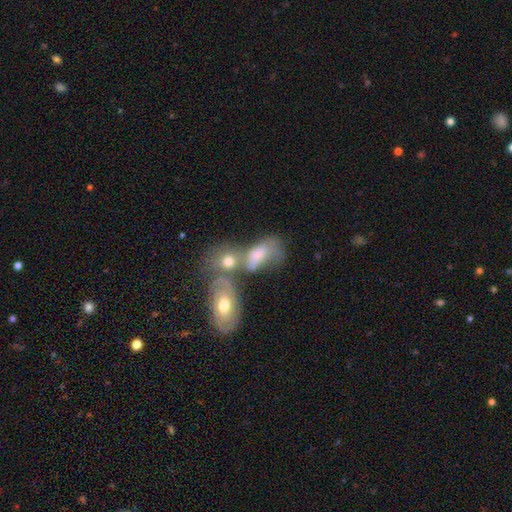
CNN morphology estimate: Smooth or featured?
  - featured or disk: 46% *
  - smooth: 42%
  - star or artifact: 12%
Merging?
  - merger: 52% *
  - none: 25%
  - minor disturbance: 13%
  - major disturbance: 10%